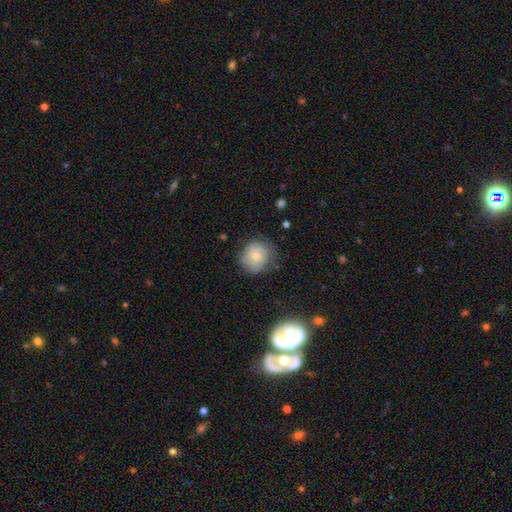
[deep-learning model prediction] smooth 65%, featured or disk 26%, star or artifact 9%. Down the decision tree: how rounded — round (85%); merging — none (69%).